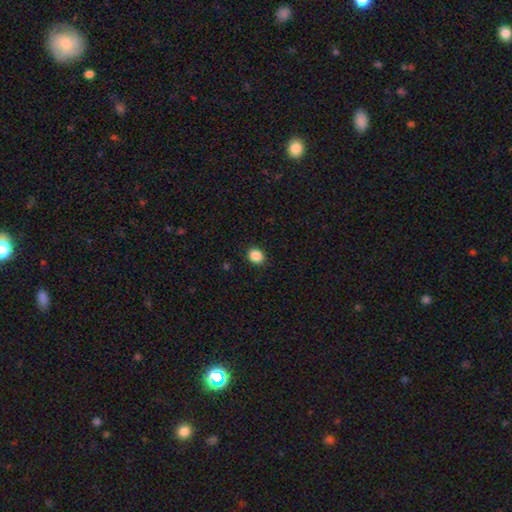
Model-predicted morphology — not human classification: Smooth or featured? smooth (87%)
How rounded? round (61%)
Merging? none (90%)